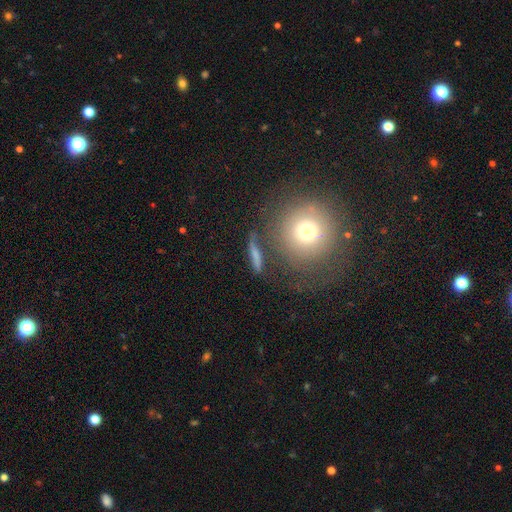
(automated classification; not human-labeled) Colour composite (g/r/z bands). It shows a smooth galaxy with no disk features (59%) that is cigar-shaped (69%). Merging: none (67%).